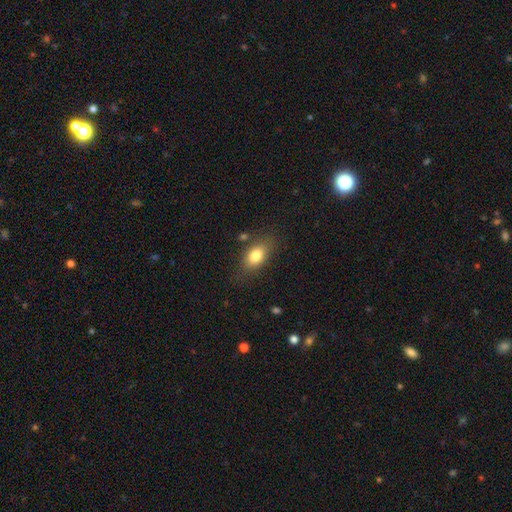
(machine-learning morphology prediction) A smooth galaxy with no disk features (80%) that is in between round and cigar-shaped (84%).

Vote fractions:
- Smooth or featured? smooth: 80% / featured or disk: 12% / star or artifact: 8%
- How rounded? in between: 84% / round: 11% / cigar-shaped: 4%
- Merging? none: 77% / minor disturbance: 15% / major disturbance: 5% / merger: 4%